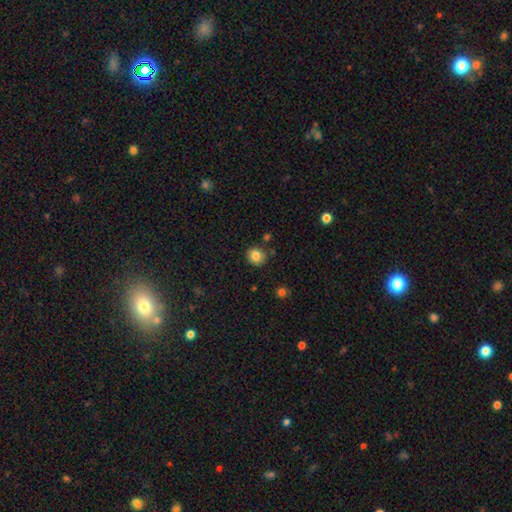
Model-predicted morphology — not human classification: Overall: smooth (84%). How rounded: round (82%). Merging: none (84%).